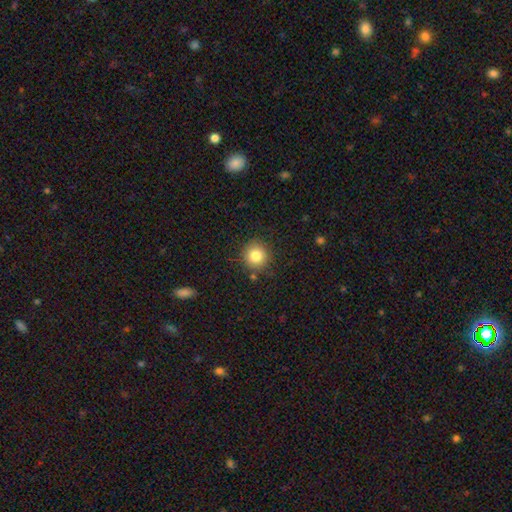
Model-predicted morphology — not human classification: Q: Smooth or featured?
A: smooth (82%); runner-up: star or artifact (11%)
Q: How rounded?
A: round (93%); runner-up: in between (6%)
Q: Merging?
A: none (86%); runner-up: minor disturbance (9%)